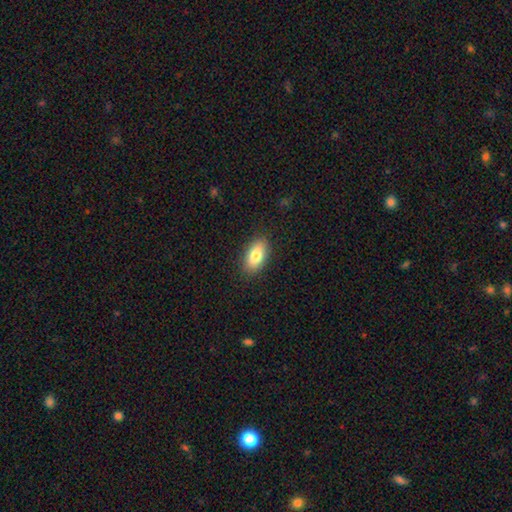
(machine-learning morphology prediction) A smooth galaxy with no disk features (82%) that is in between round and cigar-shaped (92%).

Vote fractions:
- Smooth or featured? smooth: 82% / featured or disk: 11% / star or artifact: 7%
- How rounded? in between: 92% / round: 4% / cigar-shaped: 4%
- Merging? none: 88% / minor disturbance: 9% / major disturbance: 2% / merger: 1%